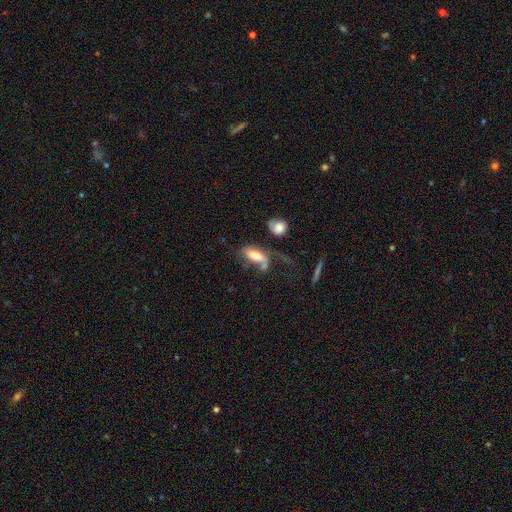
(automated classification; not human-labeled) This appears to be a smooth galaxy with no disk features (68%) that is in between round and cigar-shaped (83%). Merging: major disturbance (30%).